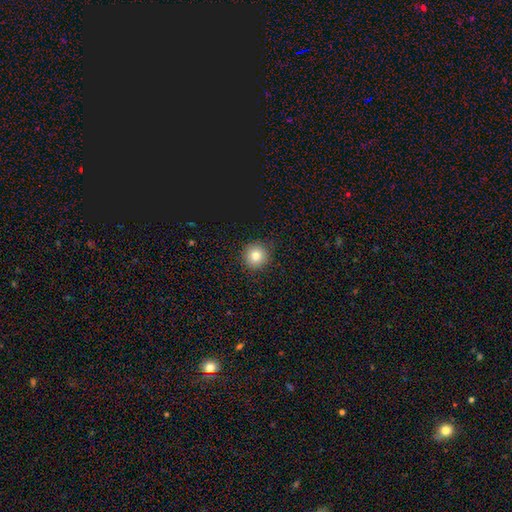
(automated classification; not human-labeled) smooth-or-featured: smooth: 80% | star or artifact: 12% | featured or disk: 8%
  how-rounded: round: 94% | in between: 5% | cigar-shaped: 1%
  merging: none: 90% | minor disturbance: 7% | major disturbance: 2% | merger: 1%